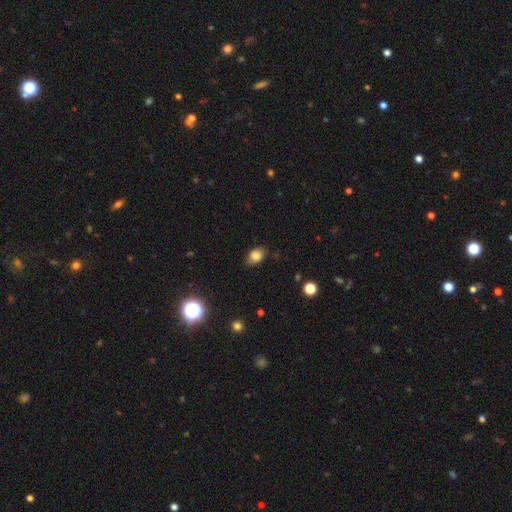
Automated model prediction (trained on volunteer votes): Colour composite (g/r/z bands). It shows a smooth galaxy with no disk features (82%) that is in between round and cigar-shaped (76%). Merging: none (80%).